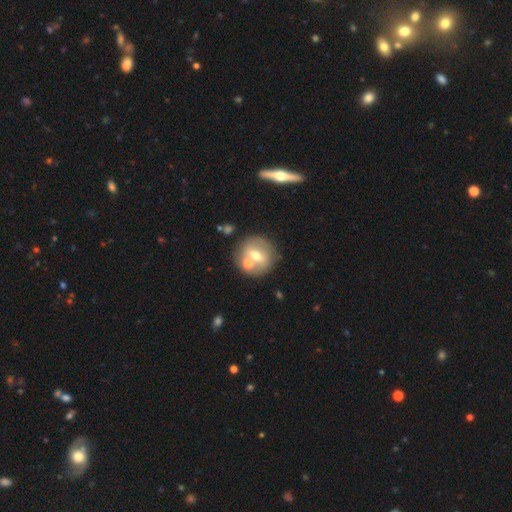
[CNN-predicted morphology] Smooth or featured? Predicted: smooth (p=0.51). How rounded? Predicted: round (p=0.87). Merging? Predicted: none (p=0.66).